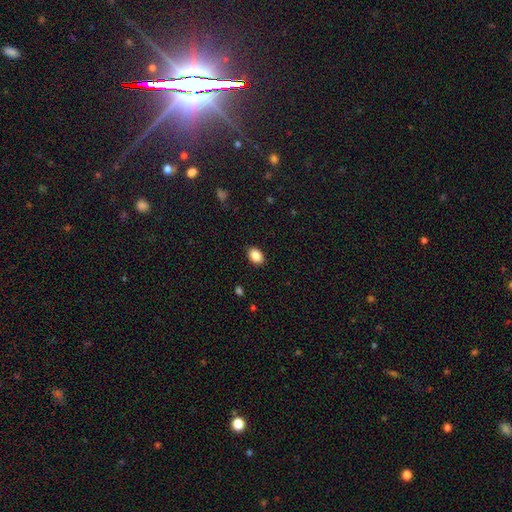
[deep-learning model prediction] smooth 88%, star or artifact 8%, featured or disk 5%. Down the decision tree: how rounded — in between (85%); merging — none (89%).